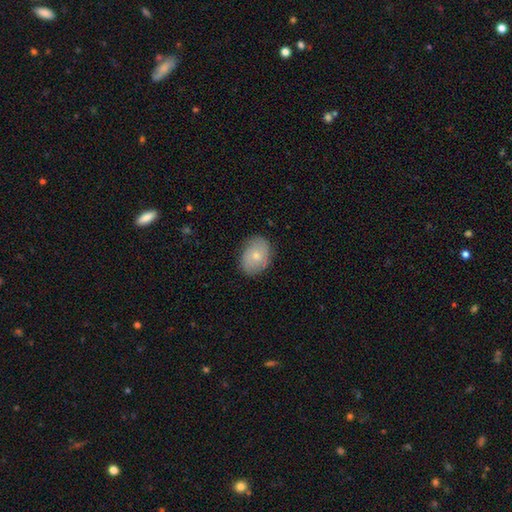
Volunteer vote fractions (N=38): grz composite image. It shows a smooth galaxy with no disk features (66%) that is in between round and cigar-shaped (68%). Merging: none (91%).